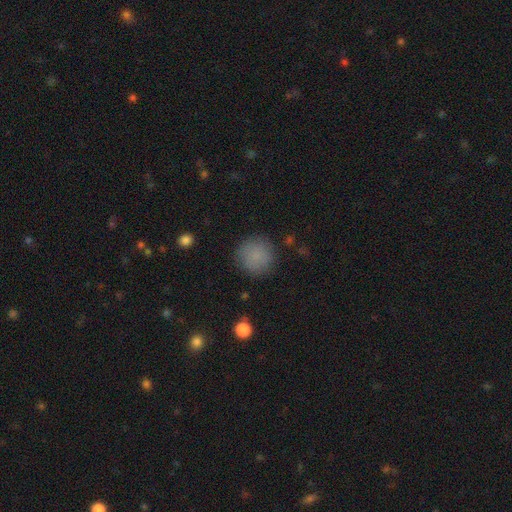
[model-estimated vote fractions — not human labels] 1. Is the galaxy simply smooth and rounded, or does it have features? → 83% smooth, 10% star or artifact, 7% featured or disk.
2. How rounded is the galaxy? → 94% round, 5% in between, 1% cigar-shaped.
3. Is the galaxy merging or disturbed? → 86% none, 10% minor disturbance, 3% major disturbance, 1% merger.